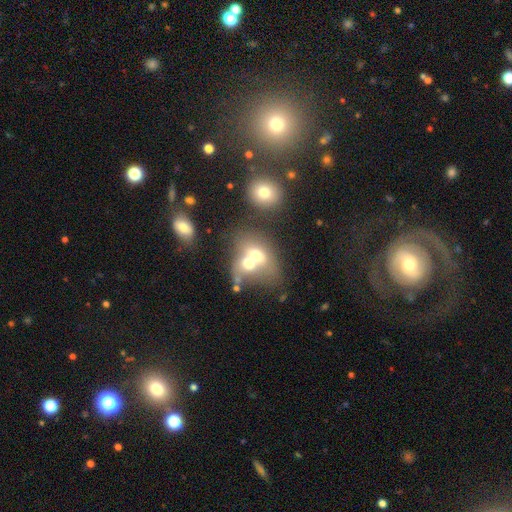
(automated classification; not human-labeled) Smooth or featured? smooth (61%)
How rounded? in between (54%)
Merging? merger (71%)